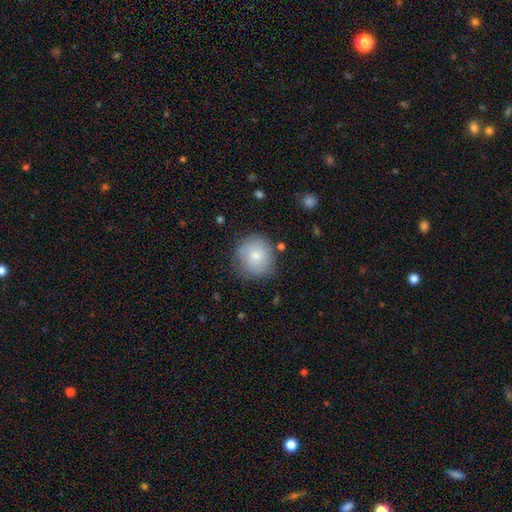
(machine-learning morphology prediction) A smooth galaxy with no disk features (71%) that is round (91%).

Vote fractions:
- Smooth or featured? smooth: 71% / featured or disk: 21% / star or artifact: 7%
- How rounded? round: 91% / in between: 8% / cigar-shaped: 1%
- Merging? none: 74% / minor disturbance: 18% / major disturbance: 6% / merger: 2%